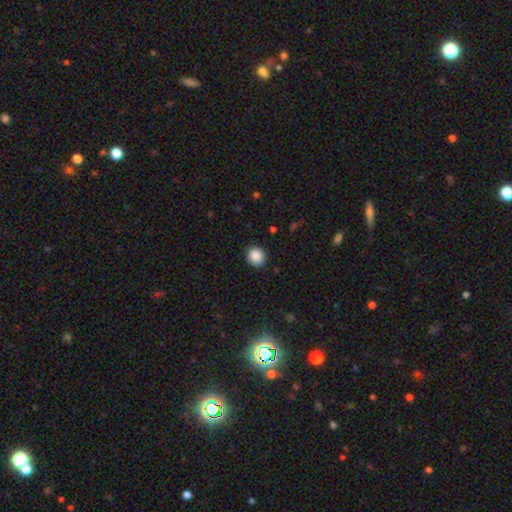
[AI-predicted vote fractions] A smooth galaxy with no disk features (88%) that is round (82%). Merging: none (89%).